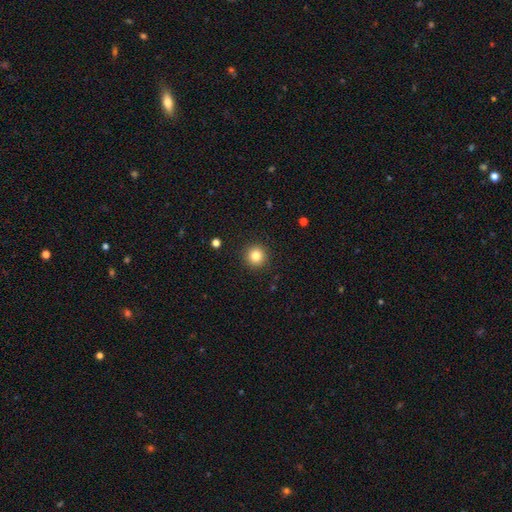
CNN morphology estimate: Smooth or featured?
  - smooth: 82% *
  - star or artifact: 12%
  - featured or disk: 6%
How rounded?
  - round: 95% *
  - in between: 4%
  - cigar-shaped: 1%
Merging?
  - none: 92% *
  - minor disturbance: 5%
  - major disturbance: 2%
  - merger: 1%